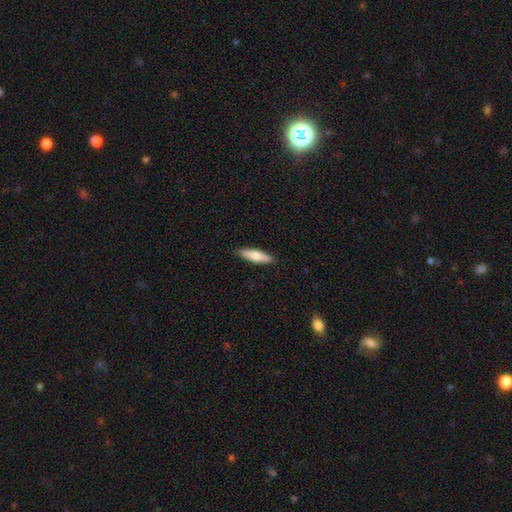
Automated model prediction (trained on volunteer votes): smooth-or-featured: smooth: 69% | featured or disk: 26% | star or artifact: 5%
  how-rounded: cigar-shaped: 64% | in between: 34% | round: 2%
  merging: none: 89% | minor disturbance: 8% | major disturbance: 2% | merger: 1%